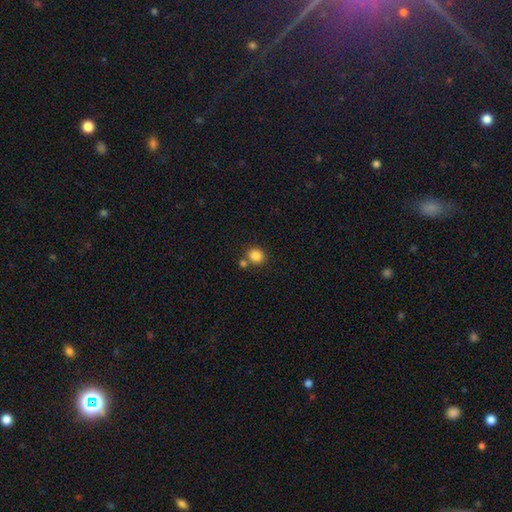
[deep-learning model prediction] A smooth galaxy with no disk features (85%) that is round (83%). Merging: none (69%).